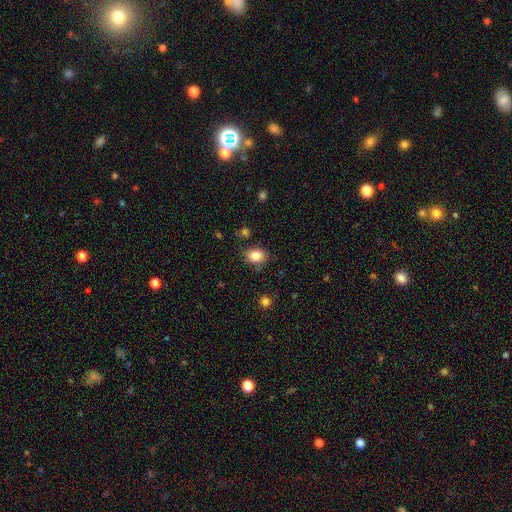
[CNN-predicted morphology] This is clearly a smooth galaxy (84%). How rounded: possibly in between (56%). Merging: likely none (78%).